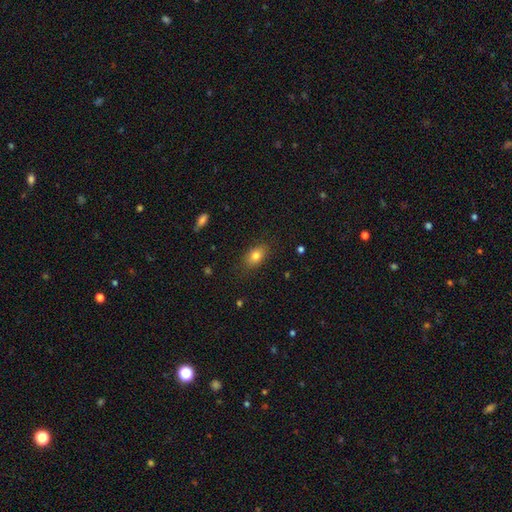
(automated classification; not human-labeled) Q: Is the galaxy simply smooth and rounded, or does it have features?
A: smooth — 81%.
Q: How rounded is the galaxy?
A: in between — 83%.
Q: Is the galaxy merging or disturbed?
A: none — 83%.